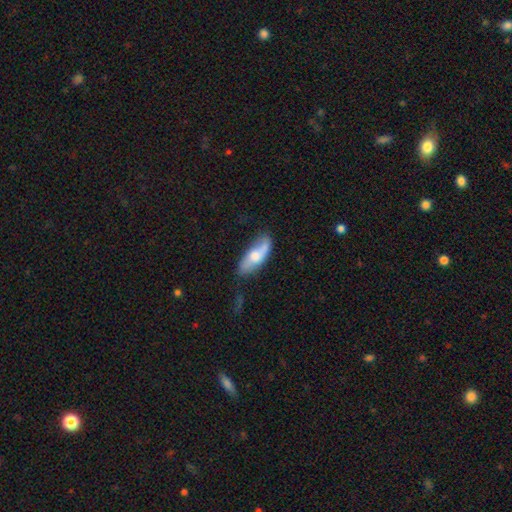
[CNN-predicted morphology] Smooth or featured: smooth — 54% (featured or disk — 40%)
How rounded: in between — 68% (cigar-shaped — 29%)
Merging: none — 60% (minor disturbance — 26%)